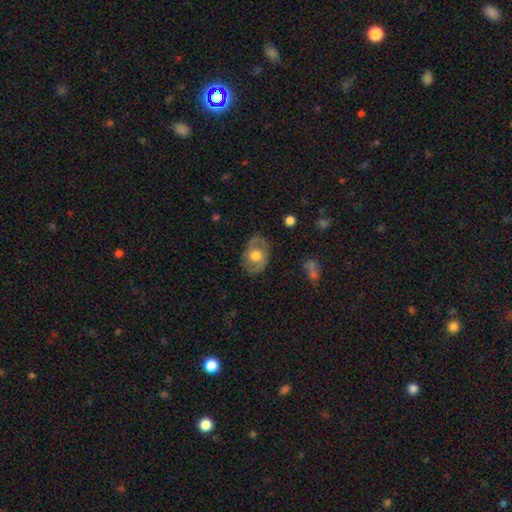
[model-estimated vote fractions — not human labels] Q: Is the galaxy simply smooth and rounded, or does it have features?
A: featured or disk — 58%.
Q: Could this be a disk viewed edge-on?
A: no — 94%.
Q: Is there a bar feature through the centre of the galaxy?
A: no — 72%.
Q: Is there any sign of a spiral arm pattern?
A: yes — 60%.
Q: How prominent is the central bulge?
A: moderate — 56%.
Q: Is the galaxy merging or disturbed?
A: none — 80%.